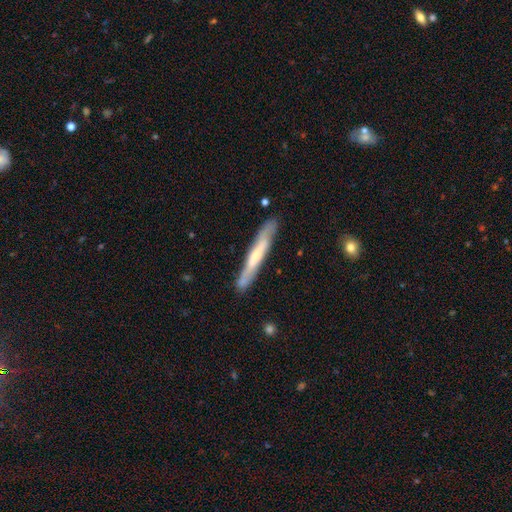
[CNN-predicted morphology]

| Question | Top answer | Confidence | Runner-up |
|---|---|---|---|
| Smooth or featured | featured or disk | 53% | smooth (42%) |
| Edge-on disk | yes | 83% | no (17%) |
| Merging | none | 84% | minor disturbance (12%) |